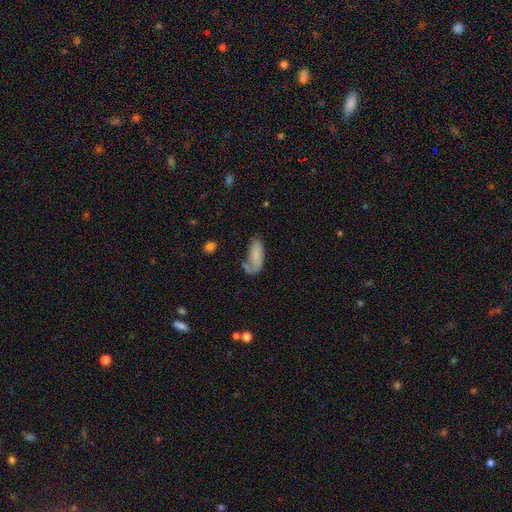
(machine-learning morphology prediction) Smooth or featured? Predicted: smooth (p=0.69). How rounded? Predicted: in between (p=0.83). Merging? Predicted: none (p=0.36).